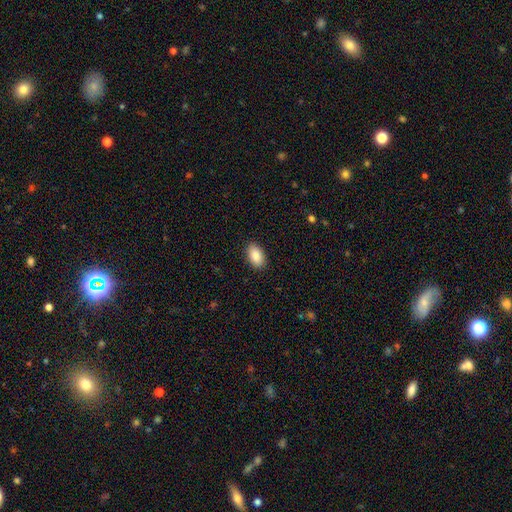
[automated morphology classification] This appears to be a smooth galaxy with no disk features (87%) that is in between round and cigar-shaped (94%). Merging: none (89%).